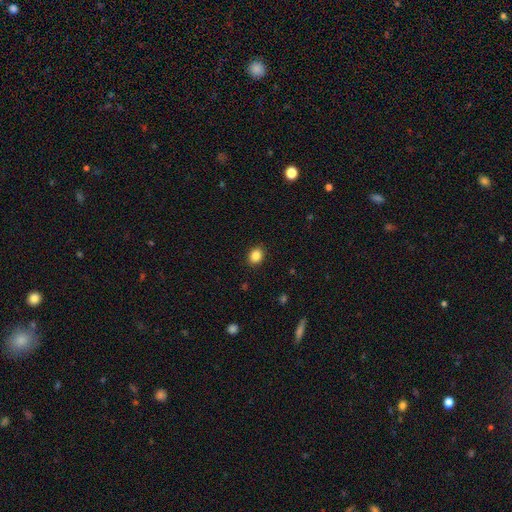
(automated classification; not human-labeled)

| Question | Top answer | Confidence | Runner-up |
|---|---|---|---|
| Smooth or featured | smooth | 86% | star or artifact (10%) |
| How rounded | round | 50% | in between (49%) |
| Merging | none | 90% | minor disturbance (7%) |